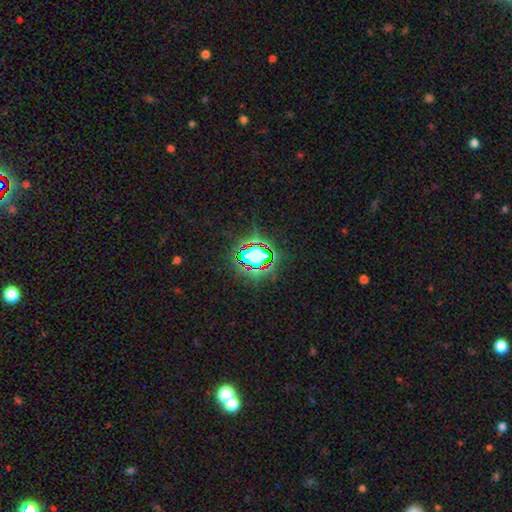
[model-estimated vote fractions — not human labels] Smooth or featured?
  - star or artifact: 67% *
  - smooth: 21%
  - featured or disk: 12%